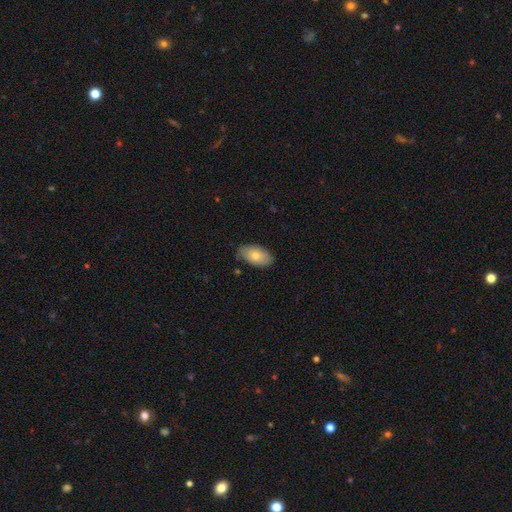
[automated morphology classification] smooth_or_featured: smooth (p=0.77) [alt: featured or disk p=0.16]
how_rounded: in between (p=0.94) [alt: round p=0.04]
merging: none (p=0.77) [alt: minor disturbance p=0.18]